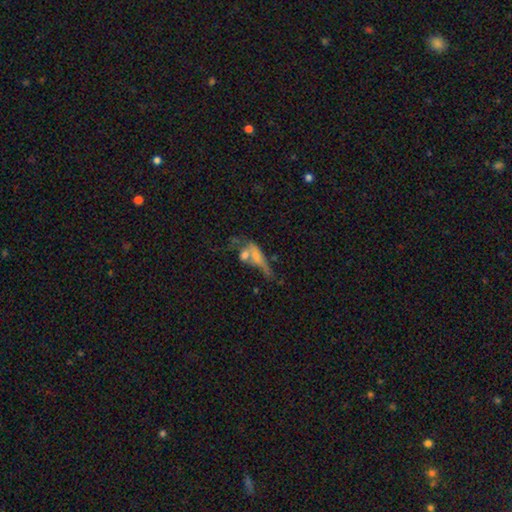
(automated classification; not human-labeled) Smooth or featured? Predicted: smooth (p=0.52). How rounded? Predicted: in between (p=0.50). Merging? Predicted: merger (p=0.45).